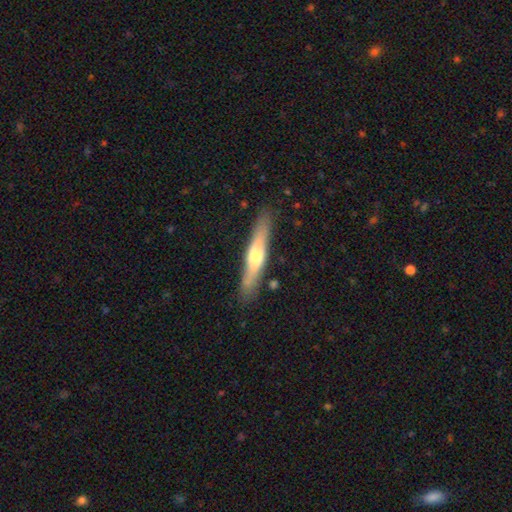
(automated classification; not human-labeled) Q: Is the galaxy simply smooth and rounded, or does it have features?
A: featured or disk — 48%.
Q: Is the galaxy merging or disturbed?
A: none — 85%.